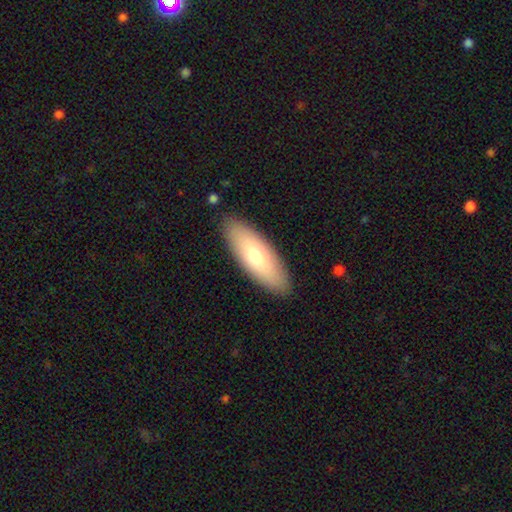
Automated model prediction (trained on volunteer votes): Smooth or featured? Predicted: smooth (p=0.72). How rounded? Predicted: in between (p=0.65). Merging? Predicted: none (p=0.88).